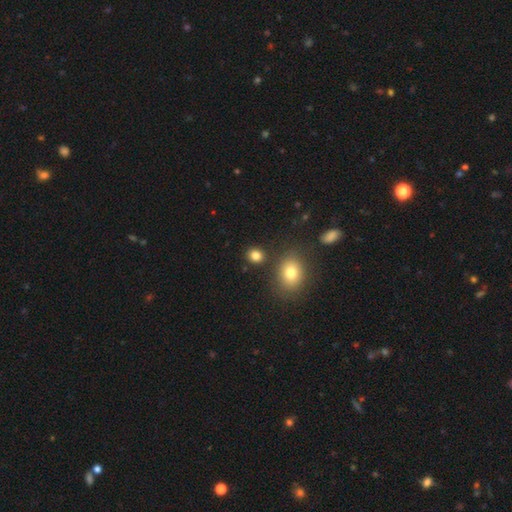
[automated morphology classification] Smooth or featured? Predicted: smooth (p=0.83). How rounded? Predicted: round (p=0.73). Merging? Predicted: none (p=0.84).